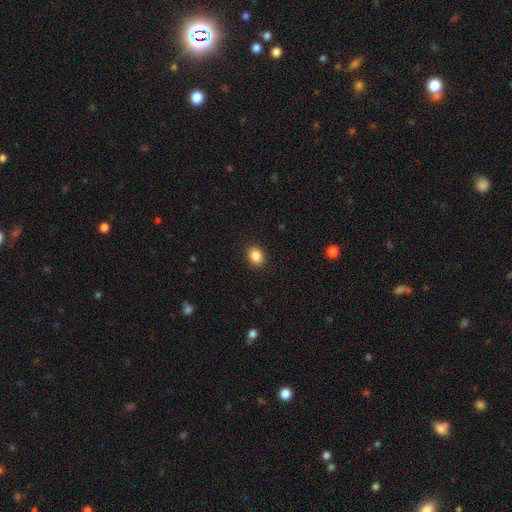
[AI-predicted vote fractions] smooth_or_featured: smooth (p=0.87) [alt: star or artifact p=0.09]
how_rounded: in between (p=0.51) [alt: round p=0.48]
merging: none (p=0.90) [alt: minor disturbance p=0.07]